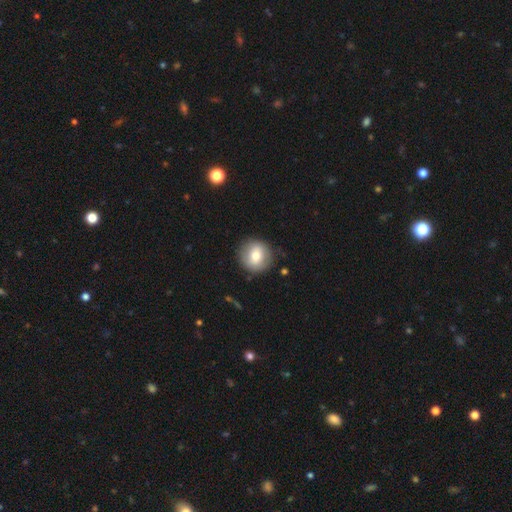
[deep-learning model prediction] The model was most divided on "smooth or featured": smooth: 69%, featured or disk: 23%, star or artifact: 8%. More confident: how rounded — round (93%); merging — none (87%).